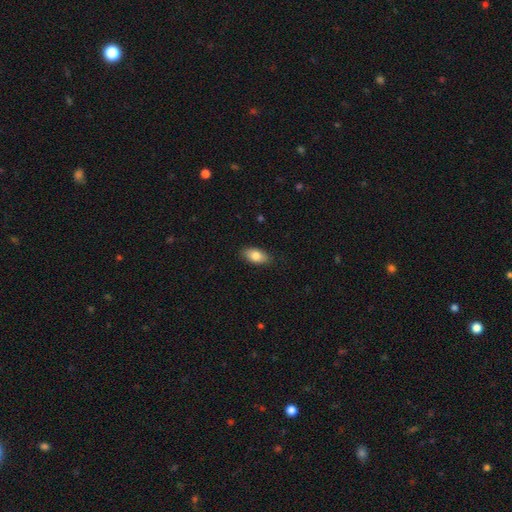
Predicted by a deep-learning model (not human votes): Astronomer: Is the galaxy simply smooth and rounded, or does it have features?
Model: smooth — 82%.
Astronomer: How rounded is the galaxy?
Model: in between — 91%.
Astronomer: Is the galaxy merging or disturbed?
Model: none — 86%.